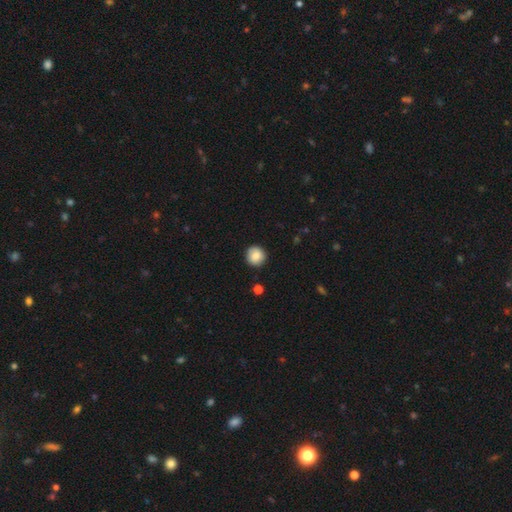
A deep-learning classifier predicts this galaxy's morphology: Smooth or featured? smooth (83%)
How rounded? round (94%)
Merging? none (89%)